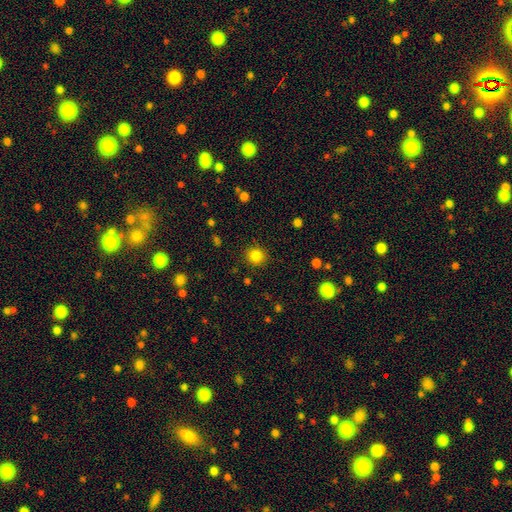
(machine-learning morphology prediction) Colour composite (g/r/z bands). It shows a smooth galaxy with no disk features (83%) that is round (89%). Merging: none (90%).